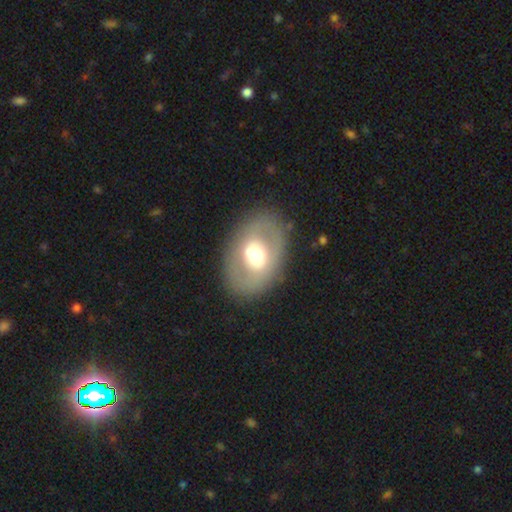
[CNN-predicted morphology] smooth-or-featured: featured or disk: 47% | smooth: 45% | star or artifact: 8%
  merging: none: 81% | minor disturbance: 11% | major disturbance: 7% | merger: 1%